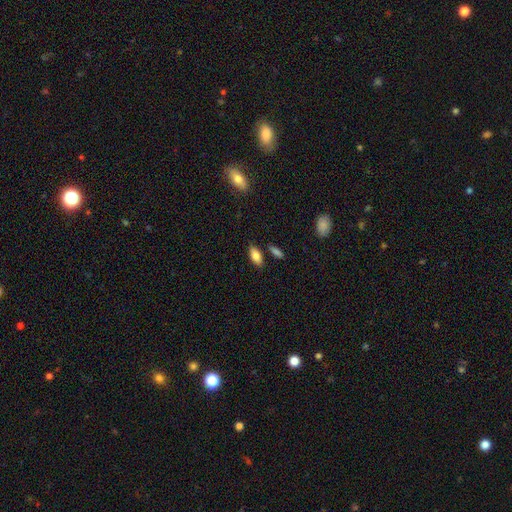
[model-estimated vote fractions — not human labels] Q: Smooth or featured?
A: smooth (80%); runner-up: featured or disk (13%)
Q: How rounded?
A: in between (87%); runner-up: cigar-shaped (11%)
Q: Merging?
A: none (82%); runner-up: minor disturbance (11%)